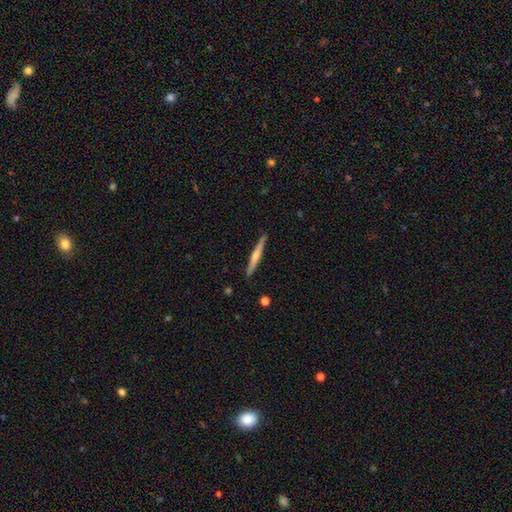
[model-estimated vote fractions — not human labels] Smooth or featured?
  - smooth: 49% *
  - featured or disk: 46%
  - star or artifact: 5%
Merging?
  - none: 89% *
  - minor disturbance: 8%
  - major disturbance: 1%
  - merger: 1%